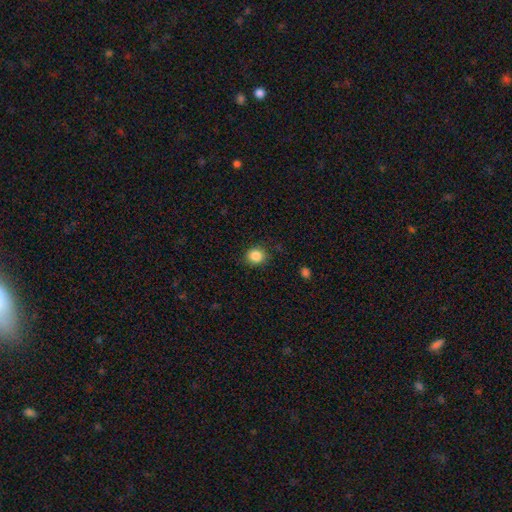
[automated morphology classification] Smooth or featured? smooth (86%)
How rounded? round (83%)
Merging? none (87%)